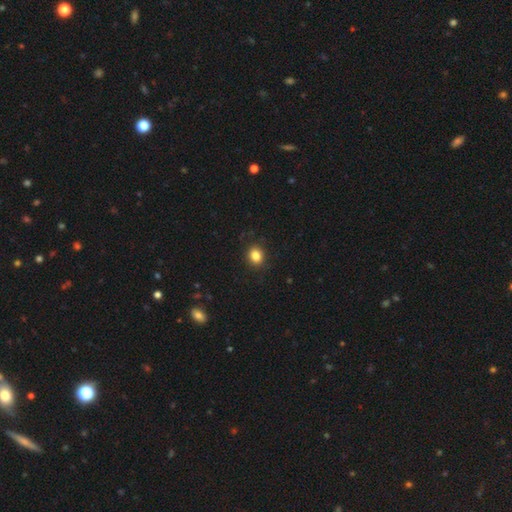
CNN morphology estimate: Q: Smooth or featured?
A: smooth (84%); runner-up: star or artifact (11%)
Q: How rounded?
A: round (67%); runner-up: in between (32%)
Q: Merging?
A: none (88%); runner-up: minor disturbance (8%)